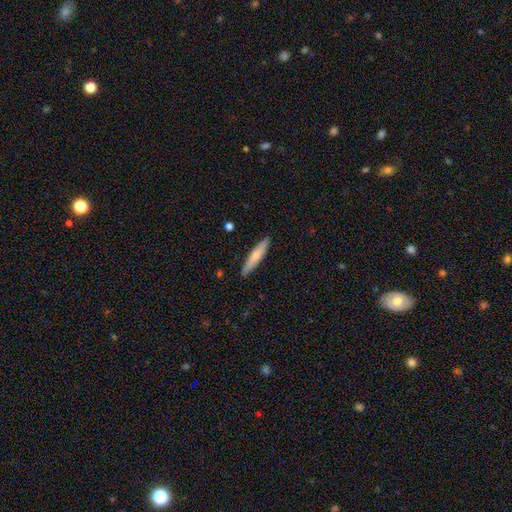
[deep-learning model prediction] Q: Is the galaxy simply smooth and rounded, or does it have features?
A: smooth — 73%.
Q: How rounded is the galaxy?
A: cigar-shaped — 88%.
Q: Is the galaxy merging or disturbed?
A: none — 90%.